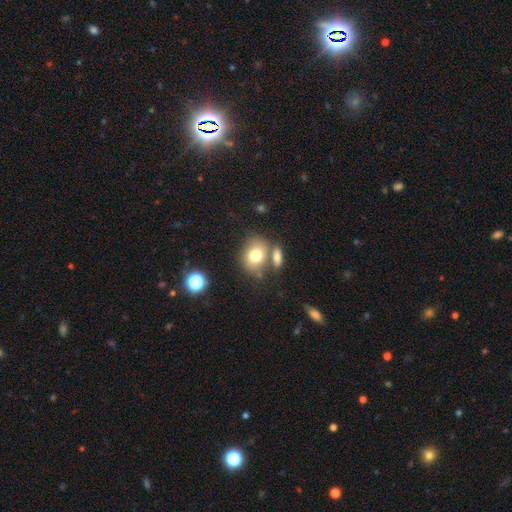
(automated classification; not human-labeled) Morphology: type=smooth (76%); roundness=in between (52%); merging=none (58%).